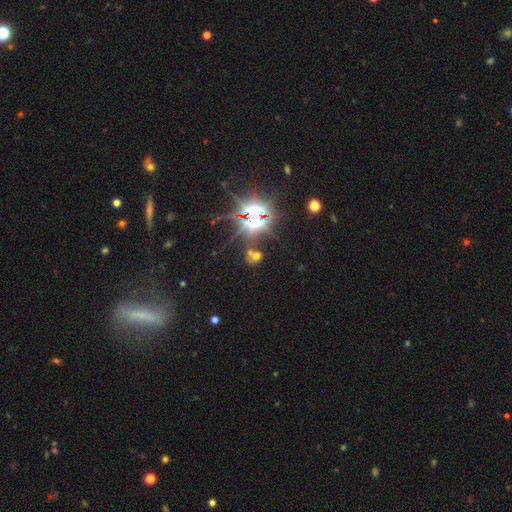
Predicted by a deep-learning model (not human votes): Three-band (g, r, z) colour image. It shows a star or artifact, not a galaxy (53%).